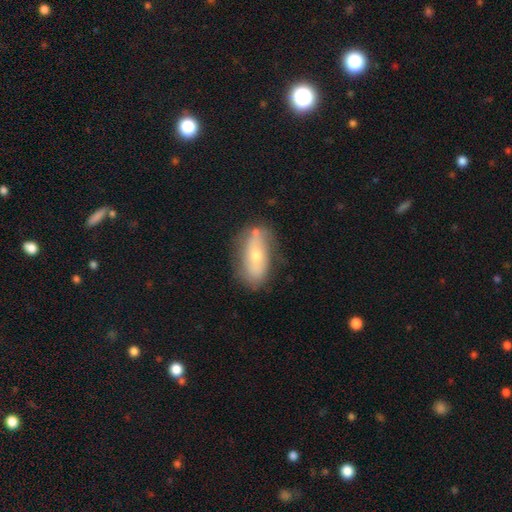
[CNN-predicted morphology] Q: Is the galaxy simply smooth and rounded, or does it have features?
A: featured or disk — 48%.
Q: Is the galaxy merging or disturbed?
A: none — 68%.